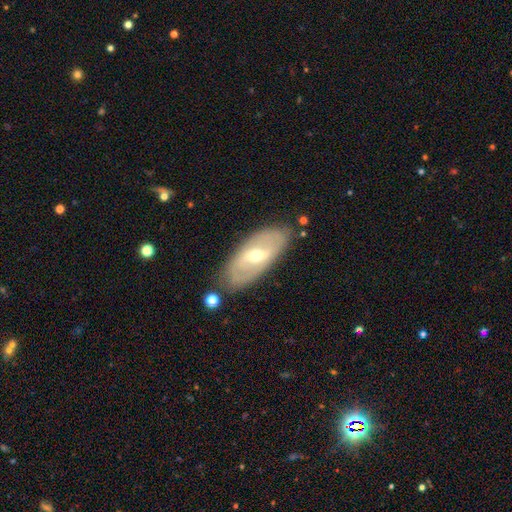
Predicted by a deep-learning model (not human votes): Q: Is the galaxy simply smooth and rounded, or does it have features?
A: featured or disk — 66%.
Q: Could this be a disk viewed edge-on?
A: no — 86%.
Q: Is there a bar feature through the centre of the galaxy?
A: weak — 45%.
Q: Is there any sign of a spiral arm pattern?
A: yes — 51%.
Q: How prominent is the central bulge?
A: moderate — 59%.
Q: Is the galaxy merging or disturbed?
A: none — 81%.